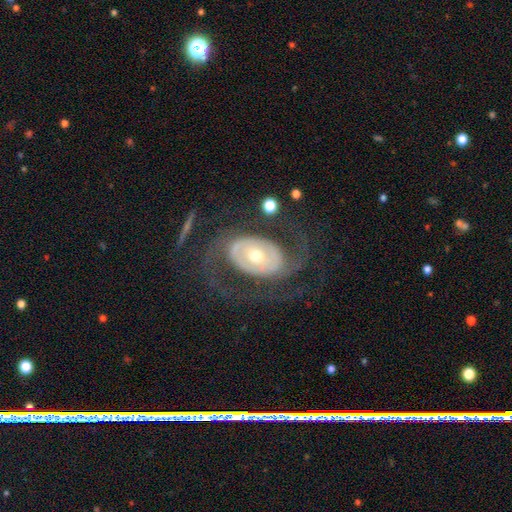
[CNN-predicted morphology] This appears to be a featured or disk galaxy (79%) with no bar (68%), 2 (70%) medium (38%) spiral arms (73%) and a moderate central bulge (64%). Merging: none (60%).